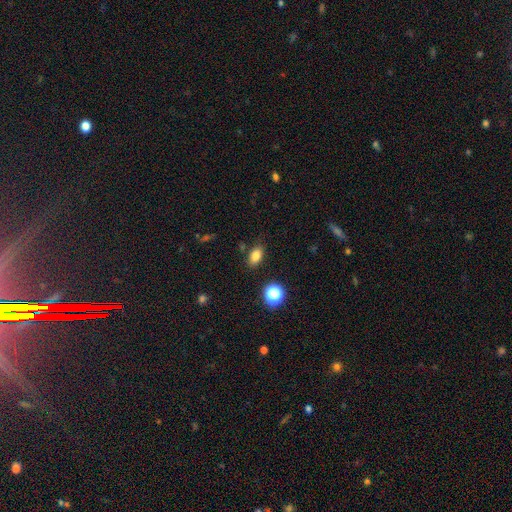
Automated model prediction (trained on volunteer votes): smooth-or-featured: smooth: 82% | star or artifact: 12% | featured or disk: 6%
  how-rounded: in between: 85% | round: 12% | cigar-shaped: 3%
  merging: none: 84% | minor disturbance: 11% | major disturbance: 3% | merger: 3%